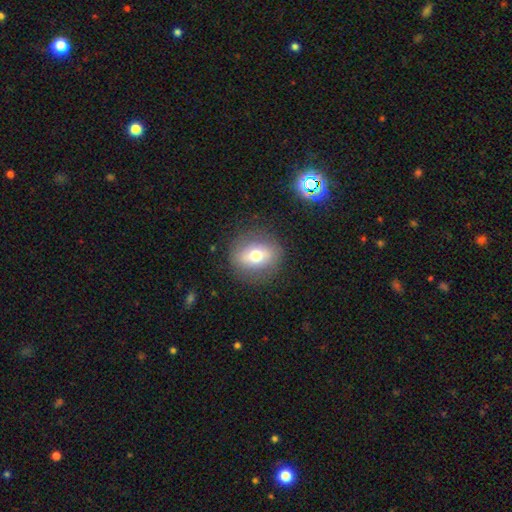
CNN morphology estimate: Smooth or featured?
  - smooth: 60% *
  - featured or disk: 30%
  - star or artifact: 10%
How rounded?
  - round: 65% *
  - in between: 33%
  - cigar-shaped: 2%
Merging?
  - none: 84% *
  - minor disturbance: 10%
  - major disturbance: 4%
  - merger: 1%